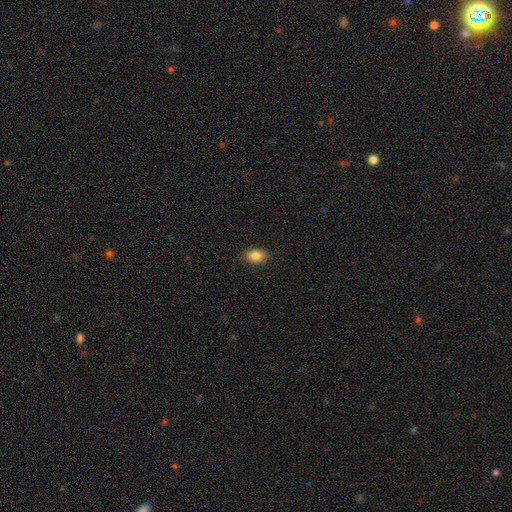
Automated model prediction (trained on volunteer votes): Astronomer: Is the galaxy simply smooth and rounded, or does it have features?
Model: smooth — 85%.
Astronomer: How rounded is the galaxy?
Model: in between — 82%.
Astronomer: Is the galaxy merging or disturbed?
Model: none — 89%.